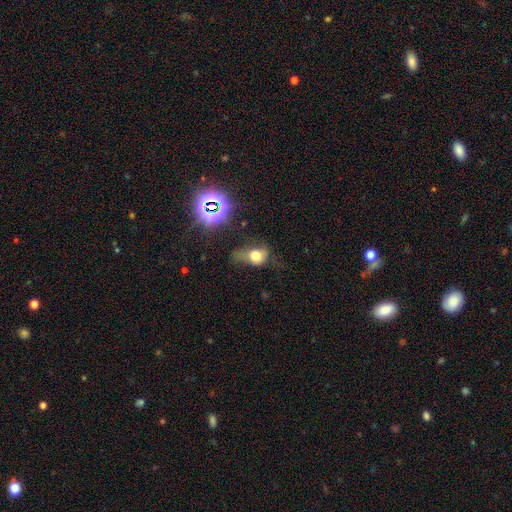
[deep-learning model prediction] Overall: smooth (61%). How rounded: in between (59%; round 38%). Merging: major disturbance (38%; minor disturbance 30%).